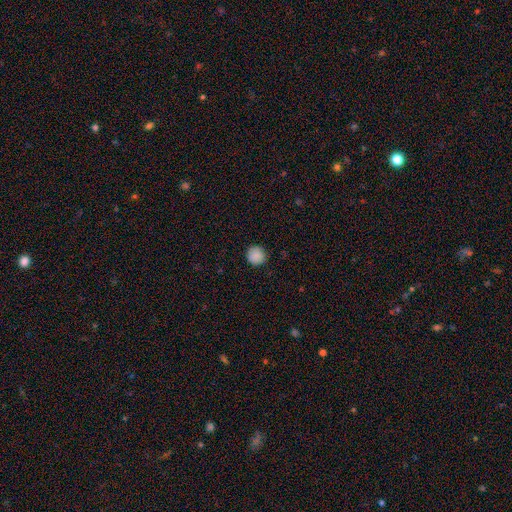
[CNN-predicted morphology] The model was most divided on "smooth or featured": smooth: 89%, star or artifact: 9%, featured or disk: 3%. More confident: how rounded — round (94%); merging — none (90%).